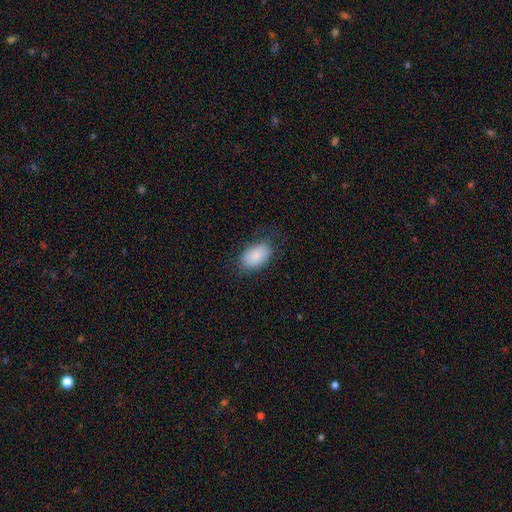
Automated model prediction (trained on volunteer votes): smooth_or_featured: smooth (p=0.85) [alt: featured or disk p=0.08]
how_rounded: in between (p=0.91) [alt: round p=0.08]
merging: none (p=0.75) [alt: minor disturbance p=0.18]